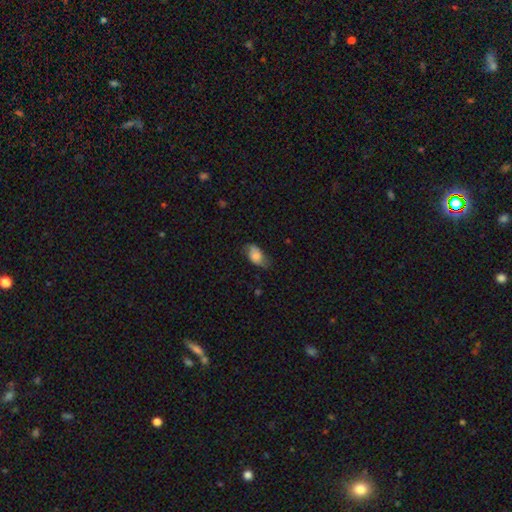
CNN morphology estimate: Smooth or featured? Predicted: smooth (p=0.76). How rounded? Predicted: in between (p=0.92). Merging? Predicted: none (p=0.63).